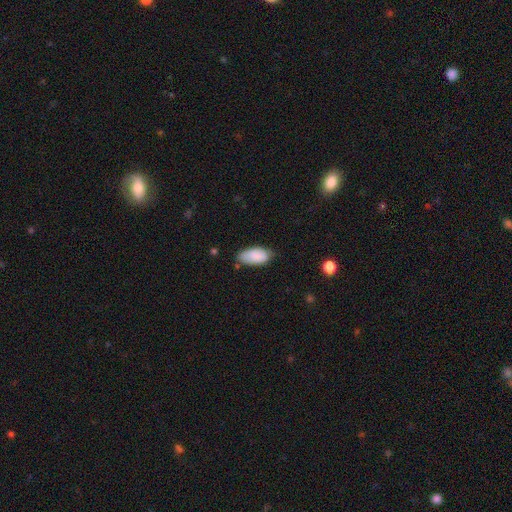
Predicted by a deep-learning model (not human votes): Smooth or featured?
  - smooth: 87% *
  - star or artifact: 7%
  - featured or disk: 6%
How rounded?
  - in between: 93% *
  - cigar-shaped: 5%
  - round: 2%
Merging?
  - none: 64% *
  - minor disturbance: 29%
  - major disturbance: 5%
  - merger: 2%